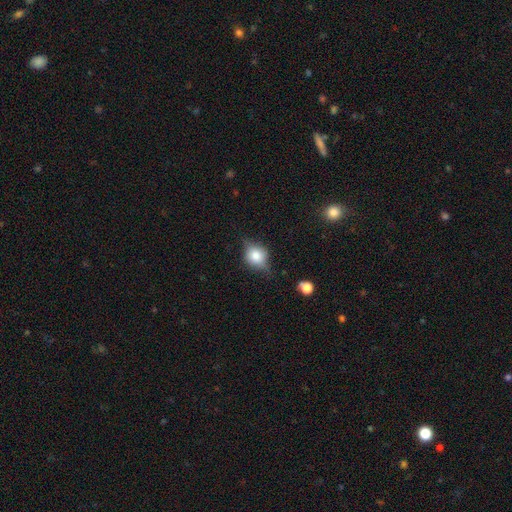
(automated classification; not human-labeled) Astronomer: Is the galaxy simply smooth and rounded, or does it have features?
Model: smooth — 58%.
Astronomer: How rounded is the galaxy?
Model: round — 63%.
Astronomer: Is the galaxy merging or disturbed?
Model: none — 63%.